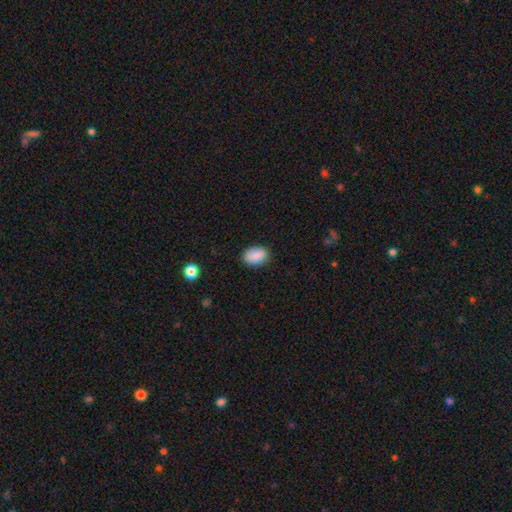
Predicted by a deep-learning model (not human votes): Smooth or featured? smooth (87%)
How rounded? in between (83%)
Merging? none (84%)